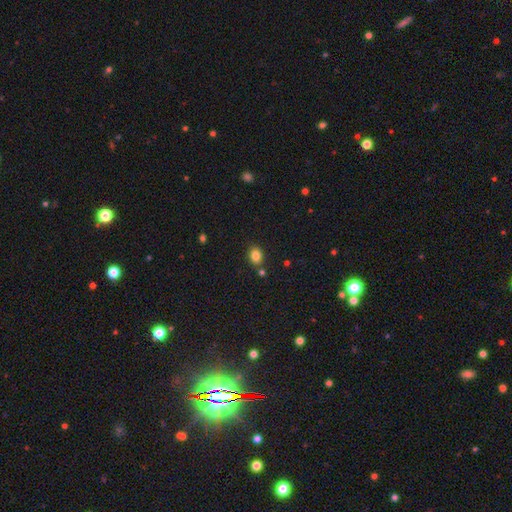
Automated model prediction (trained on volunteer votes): smooth-or-featured: smooth: 84% | star or artifact: 11% | featured or disk: 5%
  how-rounded: in between: 60% | round: 39% | cigar-shaped: 1%
  merging: none: 77% | minor disturbance: 11% | merger: 9% | major disturbance: 3%